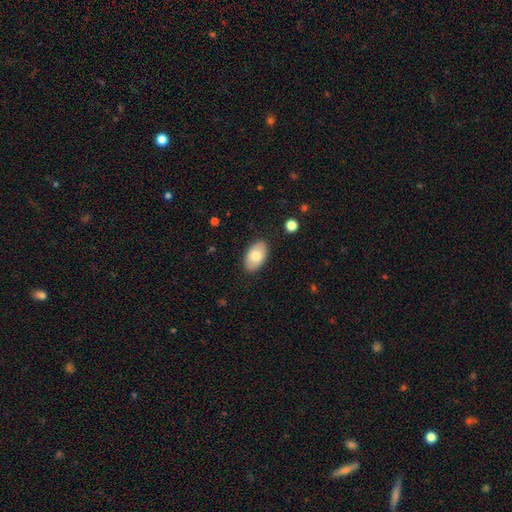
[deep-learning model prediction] smooth 78%, featured or disk 16%, star or artifact 6%. Down the decision tree: how rounded — in between (94%); merging — none (86%).